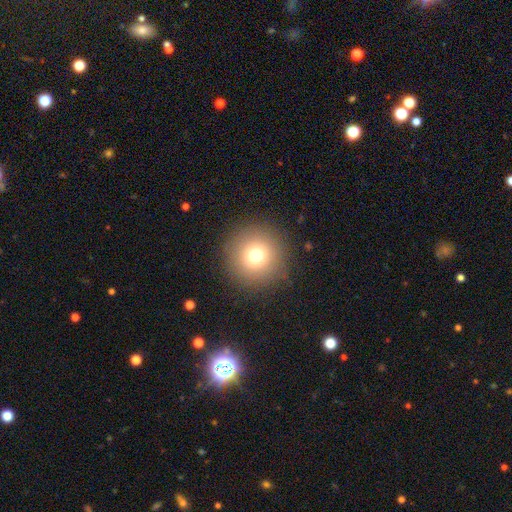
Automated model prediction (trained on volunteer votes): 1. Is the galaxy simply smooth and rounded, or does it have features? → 73% smooth, 16% star or artifact, 11% featured or disk.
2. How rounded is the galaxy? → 96% round, 3% in between, 1% cigar-shaped.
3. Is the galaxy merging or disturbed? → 90% none, 6% minor disturbance, 3% major disturbance, 1% merger.